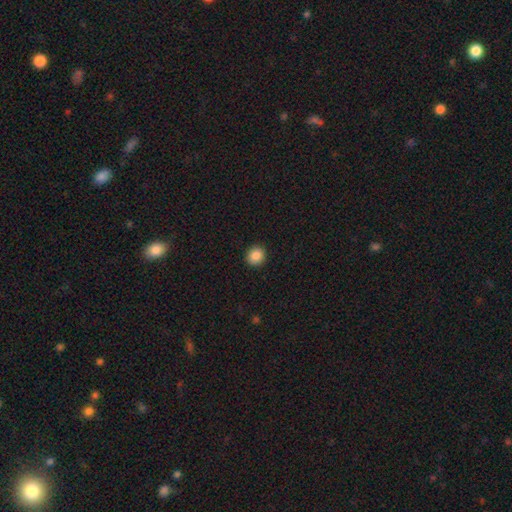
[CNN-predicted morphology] Overall: smooth (87%). How rounded: round (86%). Merging: none (92%).